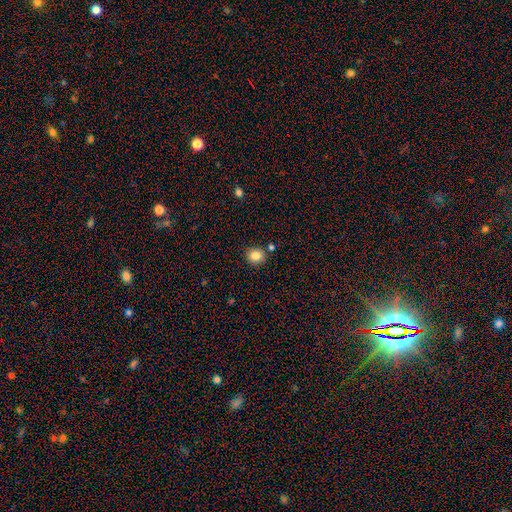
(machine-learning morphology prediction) This appears to be a smooth galaxy with no disk features (84%) that is round (83%). Merging: none (86%).